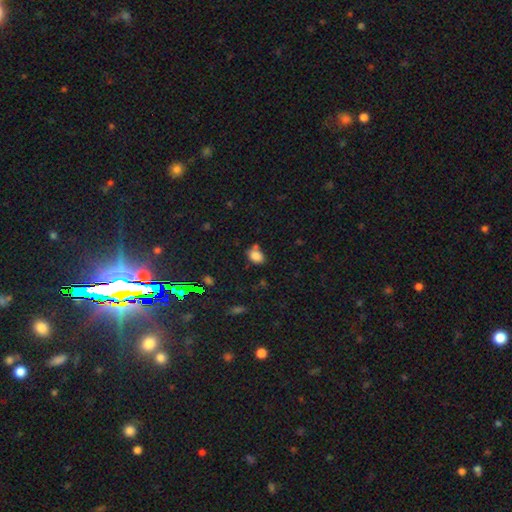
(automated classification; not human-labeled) This appears to be a smooth galaxy with no disk features (83%) that is in between round and cigar-shaped (76%). Merging: none (57%).